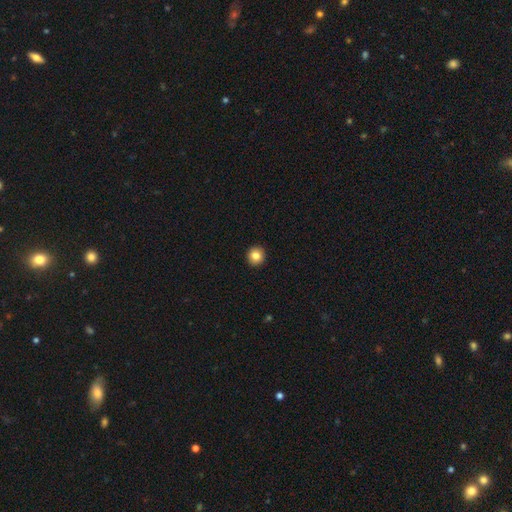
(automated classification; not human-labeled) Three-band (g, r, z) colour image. It shows a smooth galaxy with no disk features (84%) that is round (94%). Merging: none (94%).